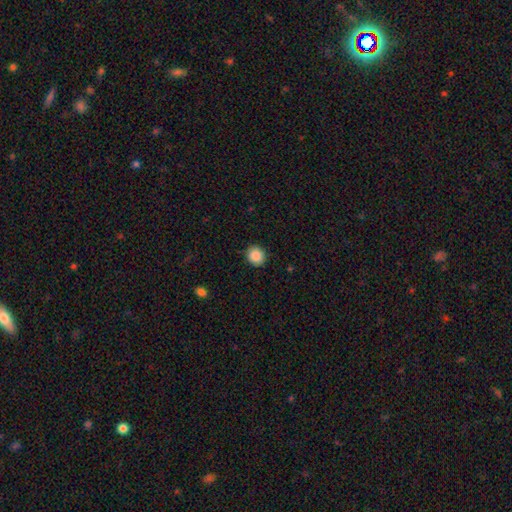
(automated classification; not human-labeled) Smooth or featured?
  - smooth: 88% *
  - star or artifact: 9%
  - featured or disk: 3%
How rounded?
  - round: 81% *
  - in between: 18%
  - cigar-shaped: 1%
Merging?
  - none: 90% *
  - minor disturbance: 7%
  - major disturbance: 2%
  - merger: 1%